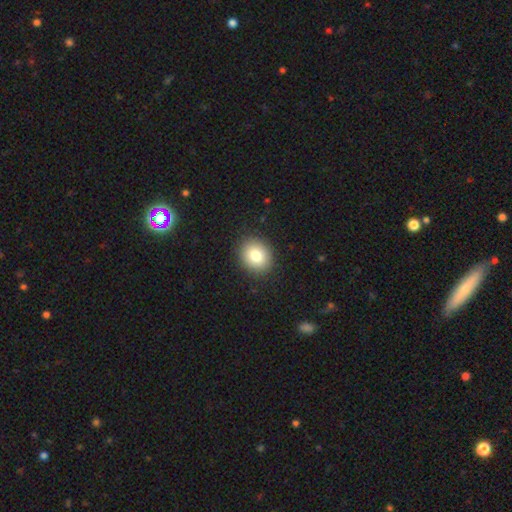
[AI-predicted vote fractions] smooth-or-featured: smooth: 81% | star or artifact: 10% | featured or disk: 10%
  how-rounded: round: 67% | in between: 32% | cigar-shaped: 1%
  merging: none: 90% | minor disturbance: 7% | major disturbance: 2% | merger: 1%